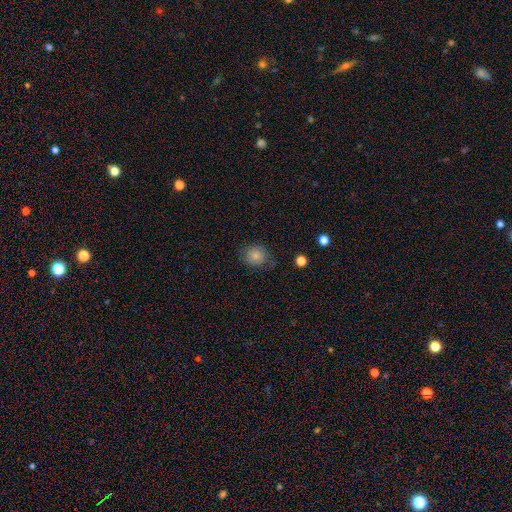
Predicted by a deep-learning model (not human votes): smooth-or-featured: smooth: 83% | star or artifact: 10% | featured or disk: 7%
  how-rounded: round: 75% | in between: 24% | cigar-shaped: 1%
  merging: none: 75% | minor disturbance: 19% | major disturbance: 5% | merger: 2%